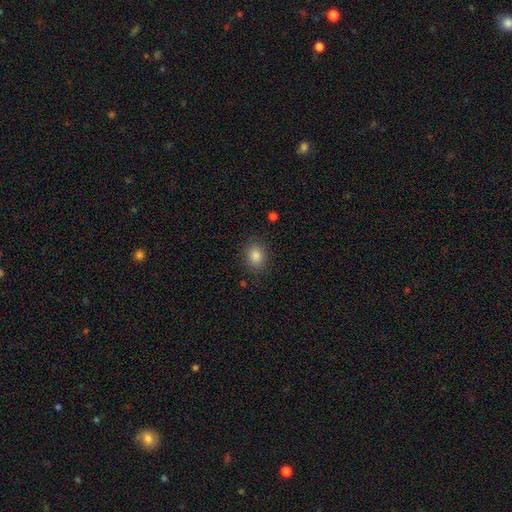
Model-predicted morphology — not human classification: Smooth or featured? Predicted: smooth (p=0.84). How rounded? Predicted: round (p=0.55). Merging? Predicted: none (p=0.87).